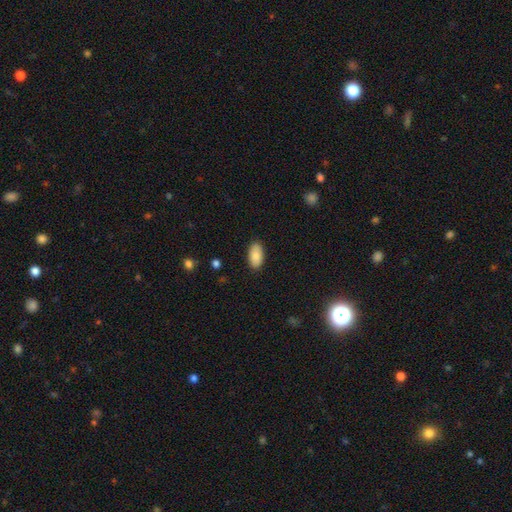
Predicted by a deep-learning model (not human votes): smooth-or-featured: smooth: 85% | featured or disk: 8% | star or artifact: 7%
  how-rounded: in between: 94% | round: 3% | cigar-shaped: 3%
  merging: none: 88% | minor disturbance: 9% | major disturbance: 2% | merger: 1%